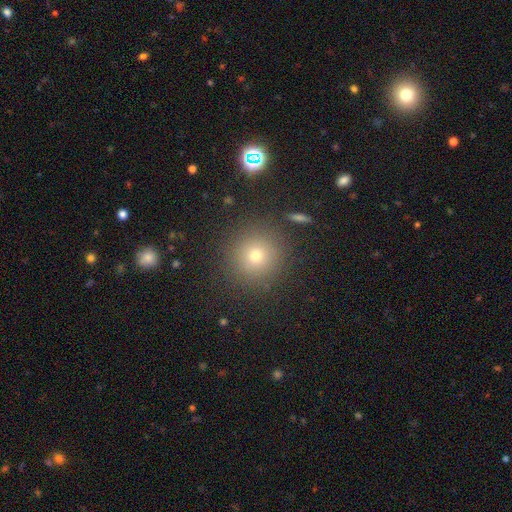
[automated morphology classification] smooth 71%, star or artifact 18%, featured or disk 11%. Down the decision tree: how rounded — round (94%); merging — none (88%).